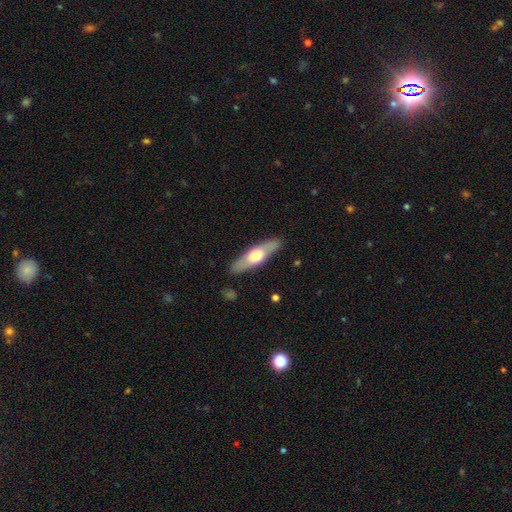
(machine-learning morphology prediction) Smooth or featured? smooth (48%)
Merging? none (87%)